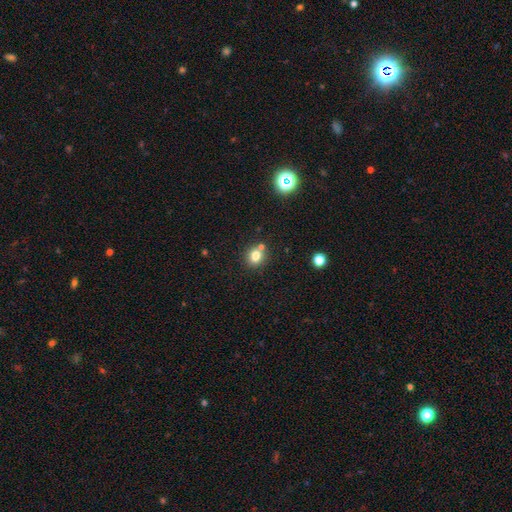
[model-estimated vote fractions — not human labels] Smooth or featured?
  - smooth: 78% *
  - star or artifact: 13%
  - featured or disk: 8%
How rounded?
  - round: 73% *
  - in between: 26%
  - cigar-shaped: 1%
Merging?
  - none: 69% *
  - merger: 18%
  - minor disturbance: 10%
  - major disturbance: 3%